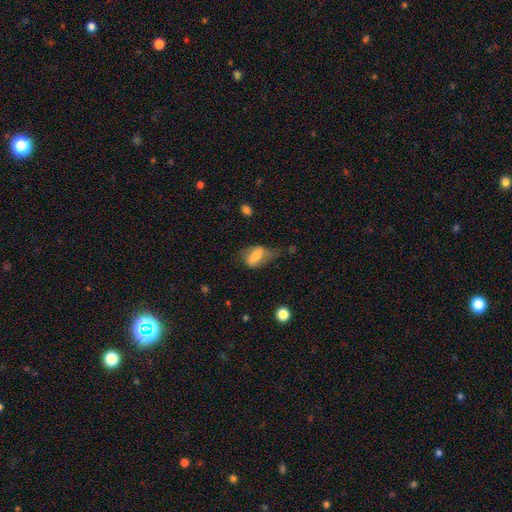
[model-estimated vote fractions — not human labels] smooth-or-featured: smooth: 62% | featured or disk: 30% | star or artifact: 8%
  how-rounded: in between: 84% | round: 9% | cigar-shaped: 7%
  merging: none: 39% | minor disturbance: 33% | major disturbance: 25% | merger: 3%